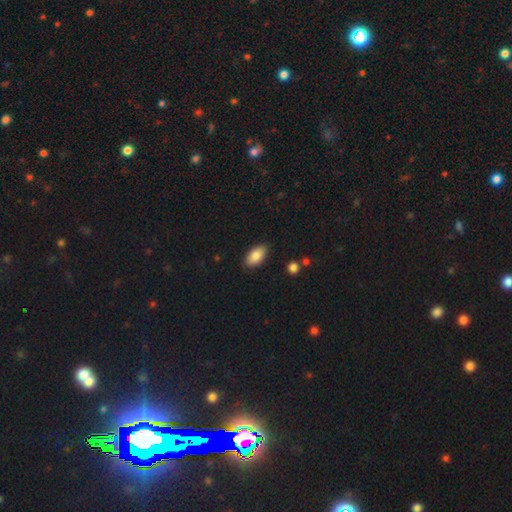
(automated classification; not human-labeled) This appears to be a smooth galaxy with no disk features (87%) that is in between round and cigar-shaped (93%). Merging: none (87%).